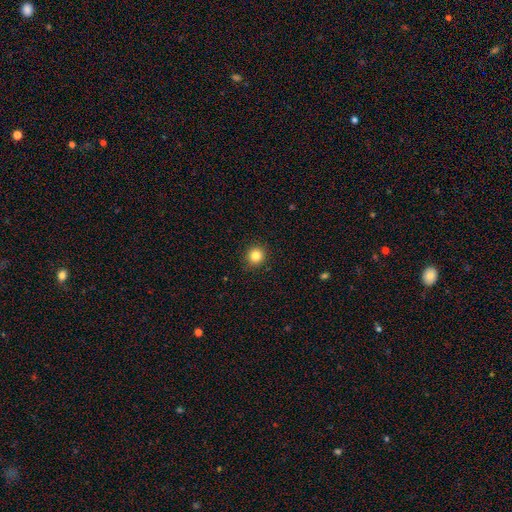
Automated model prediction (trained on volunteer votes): Morphology: type=smooth (83%); roundness=round (90%); merging=none (91%).